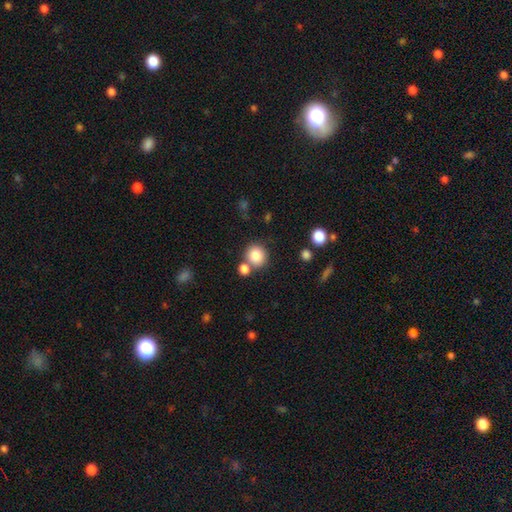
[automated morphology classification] smooth_or_featured: smooth (p=0.83) [alt: star or artifact p=0.10]
how_rounded: round (p=0.88) [alt: in between p=0.12]
merging: none (p=0.69) [alt: merger p=0.19]